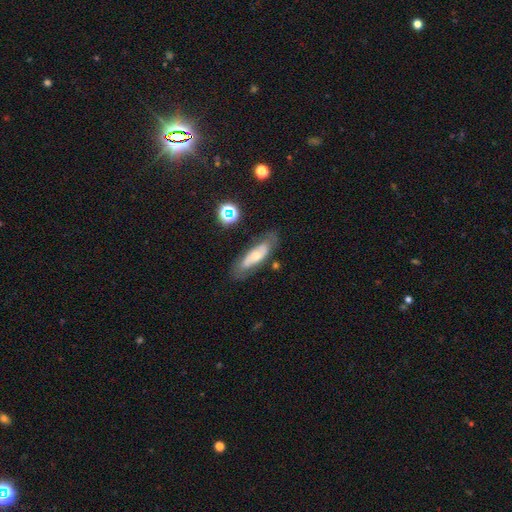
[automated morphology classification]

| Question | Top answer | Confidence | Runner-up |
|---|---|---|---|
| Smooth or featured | featured or disk | 54% | smooth (38%) |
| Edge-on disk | no | 75% | yes (25%) |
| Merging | none | 71% | minor disturbance (19%) |